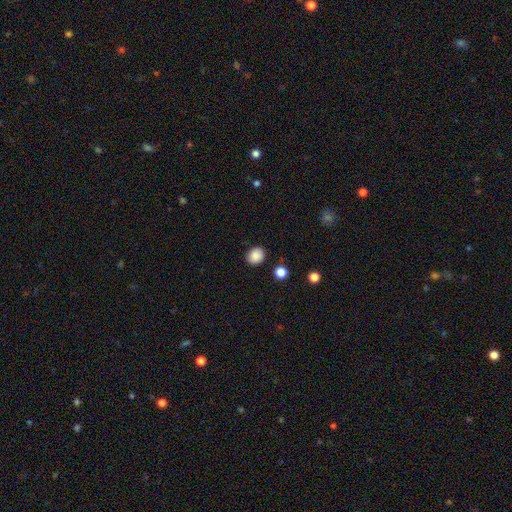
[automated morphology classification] A smooth galaxy with no disk features (88%) that is round (65%).

Vote fractions:
- Smooth or featured? smooth: 88% / star or artifact: 9% / featured or disk: 3%
- How rounded? round: 65% / in between: 34% / cigar-shaped: 1%
- Merging? none: 88% / minor disturbance: 8% / major disturbance: 2% / merger: 2%